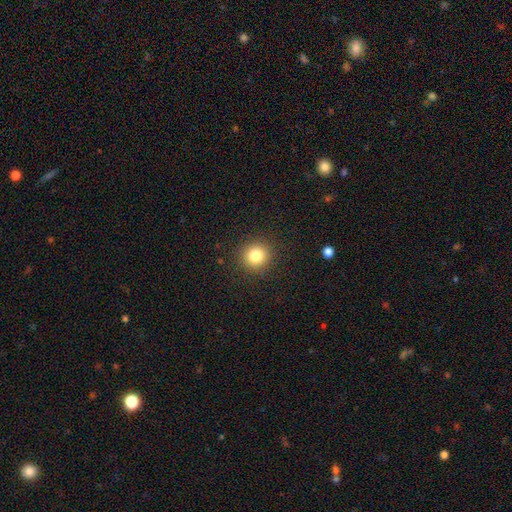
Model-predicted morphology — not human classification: Smooth or featured? smooth (81%)
How rounded? round (93%)
Merging? none (91%)